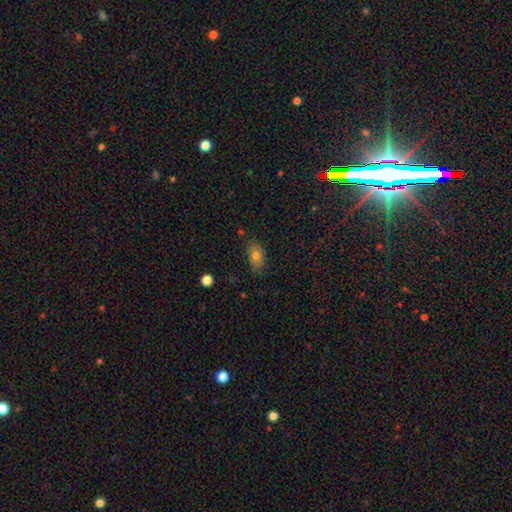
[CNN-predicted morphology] Smooth or featured? Predicted: smooth (p=0.74). How rounded? Predicted: in between (p=0.85). Merging? Predicted: none (p=0.78).